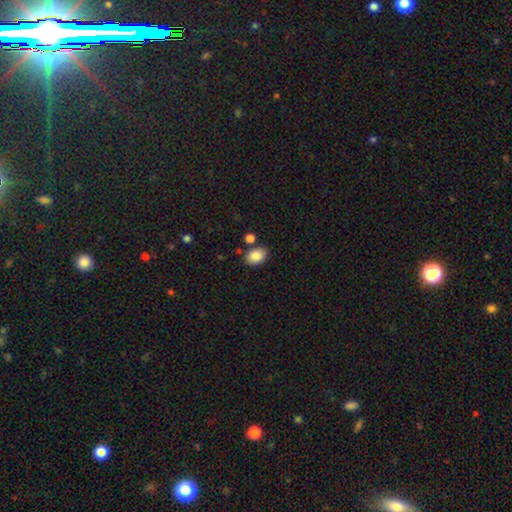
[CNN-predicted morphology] Smooth or featured? smooth (87%)
How rounded? in between (85%)
Merging? none (79%)